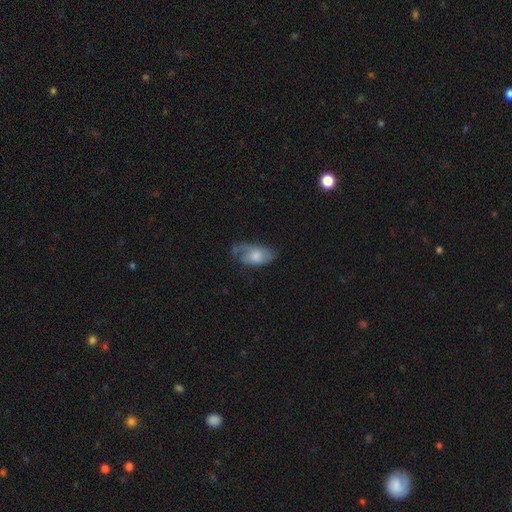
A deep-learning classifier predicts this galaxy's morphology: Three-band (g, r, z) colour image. It shows a smooth galaxy with no disk features (52%) that is in between round and cigar-shaped (91%). Merging: none (39%).